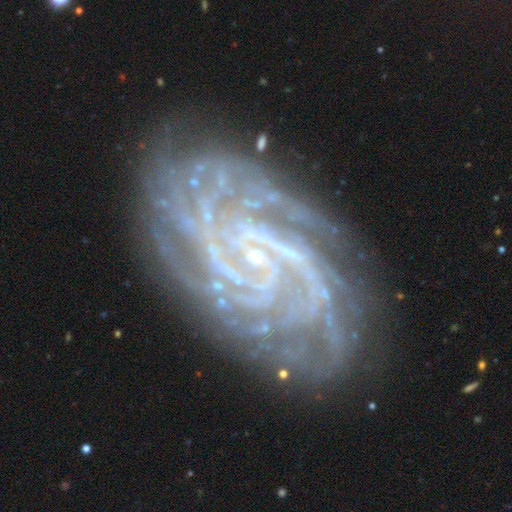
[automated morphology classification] type=featured or disk (90%); edge-on=no (97%); bar=no (47%); spiral arms=yes (98%); winding=tight (72%); arm count=can't tell (21%); bulge=small (81%); merging=none (79%).